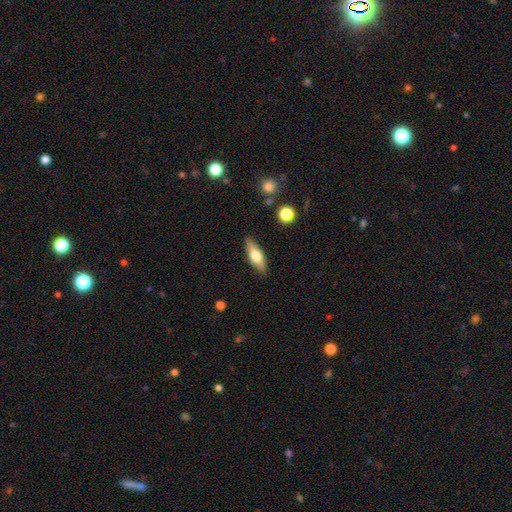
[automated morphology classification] Q: Smooth or featured?
A: smooth (58%); runner-up: featured or disk (36%)
Q: How rounded?
A: in between (54%); runner-up: cigar-shaped (43%)
Q: Merging?
A: none (87%); runner-up: minor disturbance (10%)